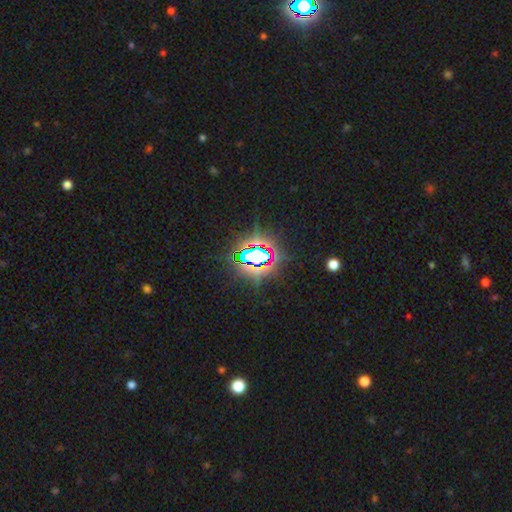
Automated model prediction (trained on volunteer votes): Overall: star or artifact (76%).